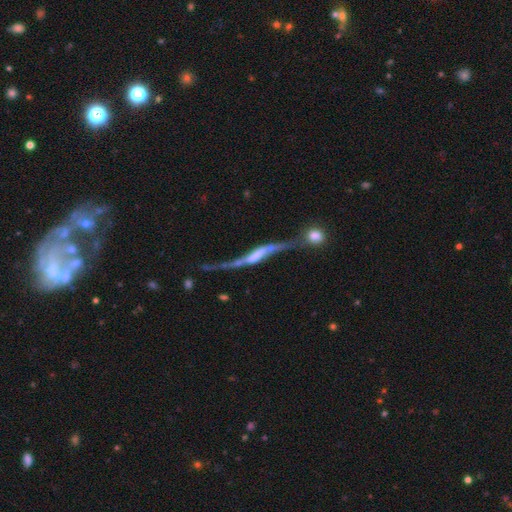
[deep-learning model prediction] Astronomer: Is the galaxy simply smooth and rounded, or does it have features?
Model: featured or disk — 73%.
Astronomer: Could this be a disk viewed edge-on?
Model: yes — 55% (runner-up: no, 45%).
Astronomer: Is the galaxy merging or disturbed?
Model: merger — 35% (runner-up: none, 27%).